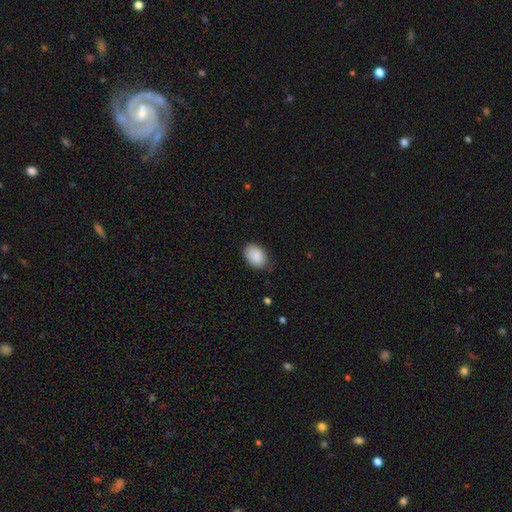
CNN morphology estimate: A smooth galaxy with no disk features (89%) that is in between round and cigar-shaped (84%).

Vote fractions:
- Smooth or featured? smooth: 89% / star or artifact: 7% / featured or disk: 4%
- How rounded? in between: 84% / round: 15% / cigar-shaped: 1%
- Merging? none: 75% / minor disturbance: 21% / major disturbance: 3% / merger: 1%